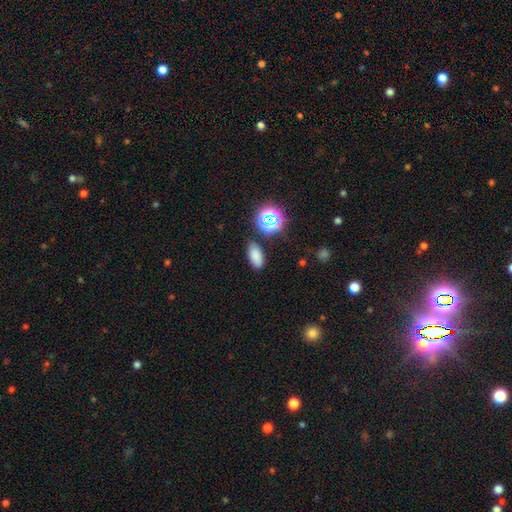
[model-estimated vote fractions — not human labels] Smooth or featured?
  - smooth: 75% *
  - star or artifact: 18%
  - featured or disk: 7%
How rounded?
  - in between: 89% *
  - round: 7%
  - cigar-shaped: 4%
Merging?
  - none: 83% *
  - minor disturbance: 11%
  - merger: 3%
  - major disturbance: 3%